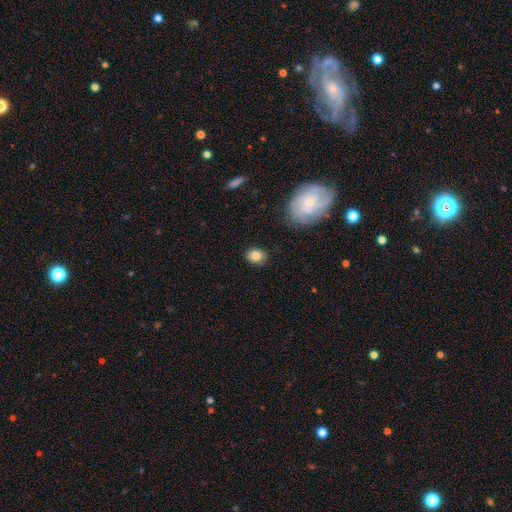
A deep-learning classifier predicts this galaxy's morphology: smooth 81%, featured or disk 10%, star or artifact 9%. Down the decision tree: how rounded — round (57%); merging — none (85%).